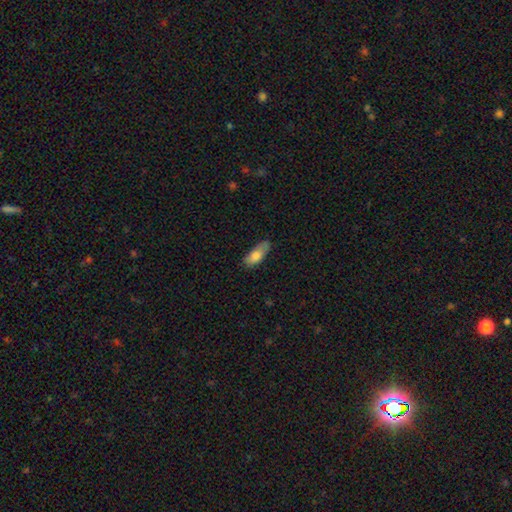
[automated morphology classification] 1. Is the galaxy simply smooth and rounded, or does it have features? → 78% smooth, 16% featured or disk, 6% star or artifact.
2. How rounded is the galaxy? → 76% in between, 21% cigar-shaped, 2% round.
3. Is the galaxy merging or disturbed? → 66% none, 26% minor disturbance, 6% major disturbance, 2% merger.